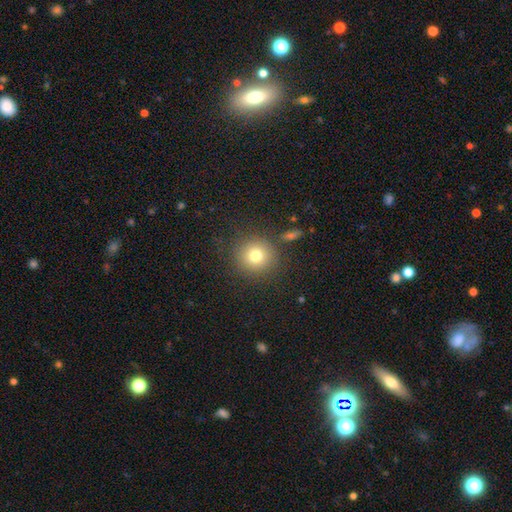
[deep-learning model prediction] Smooth or featured? Predicted: smooth (p=0.76). How rounded? Predicted: round (p=0.93). Merging? Predicted: none (p=0.86).